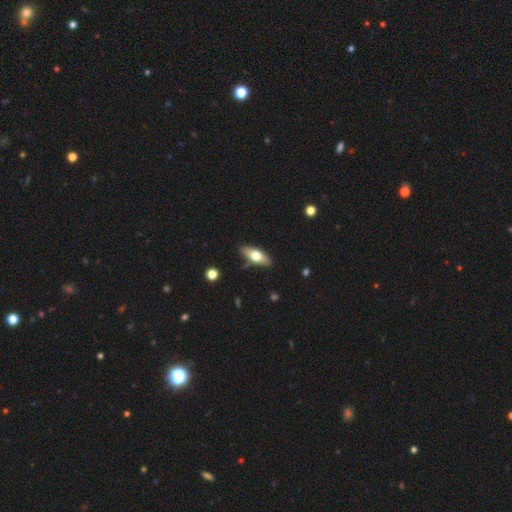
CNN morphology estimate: This is possibly a smooth galaxy (59%). How rounded: likely in between (69%). Merging: clearly none (83%).